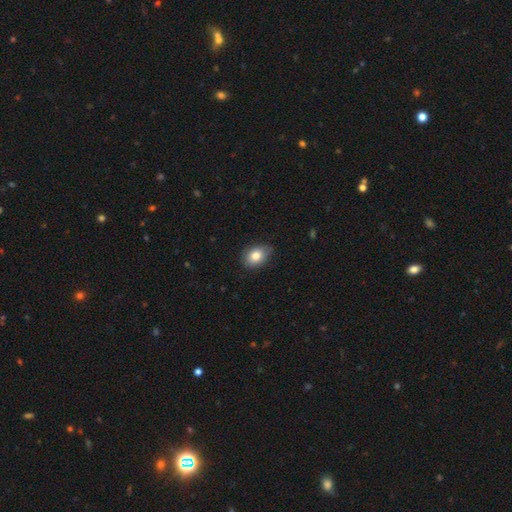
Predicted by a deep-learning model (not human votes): Smooth or featured? smooth (82%)
How rounded? in between (77%)
Merging? none (73%)